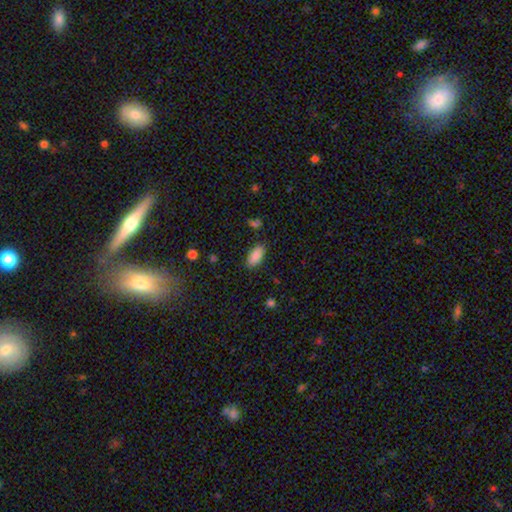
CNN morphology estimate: The model was most divided on "merging": none: 85%, minor disturbance: 11%, major disturbance: 3%, merger: 2%. More confident: how rounded — in between (91%); smooth or featured — smooth (88%).